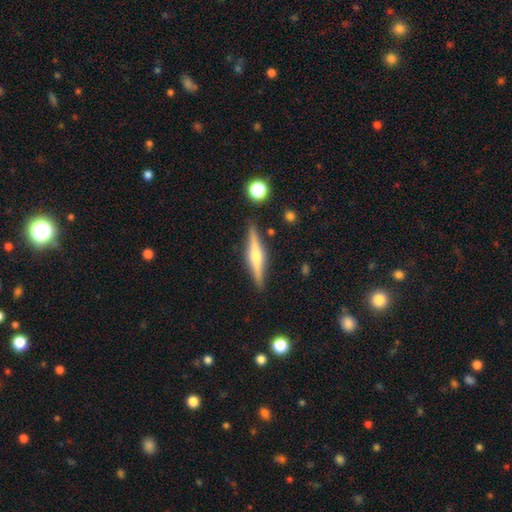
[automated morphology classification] Overall: featured or disk (70%). Edge-on disk: yes (97%). Edge-on bulge: rounded (86%). Merging: none (89%).